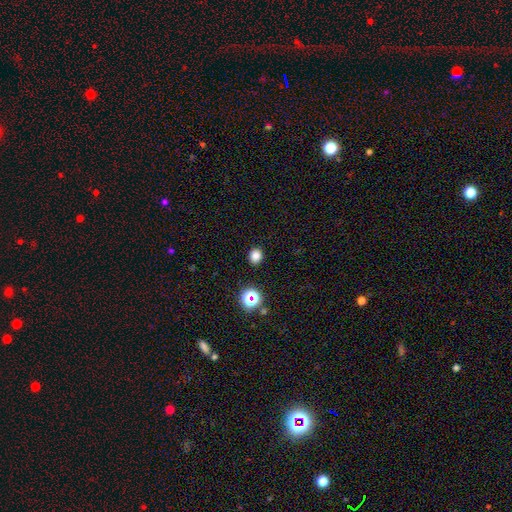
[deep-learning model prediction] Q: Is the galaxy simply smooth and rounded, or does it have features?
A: smooth — 80%.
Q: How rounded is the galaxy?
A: round — 63%.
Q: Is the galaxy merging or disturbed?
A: none — 89%.